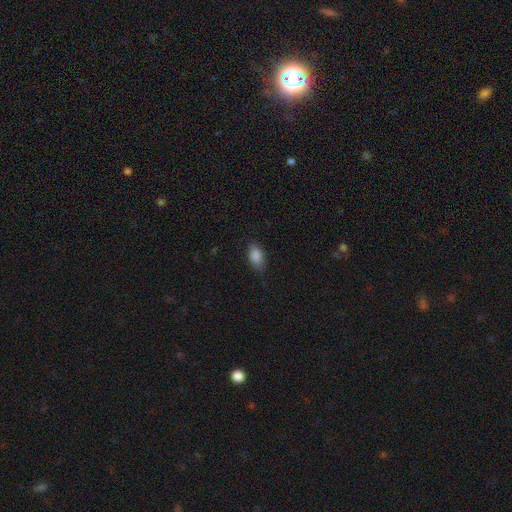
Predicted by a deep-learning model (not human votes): This is clearly a smooth galaxy (87%). How rounded: clearly in between (91%). Merging: clearly none (80%).